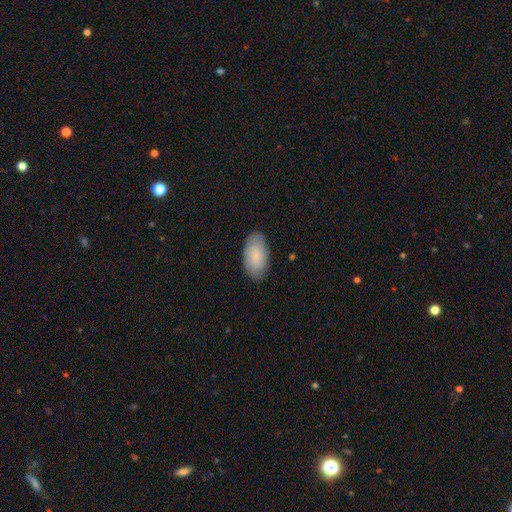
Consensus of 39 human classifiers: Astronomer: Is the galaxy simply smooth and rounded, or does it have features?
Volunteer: smooth — 82%.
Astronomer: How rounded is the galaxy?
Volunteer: in between — 91%.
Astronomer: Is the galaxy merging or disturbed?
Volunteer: none — 87%.